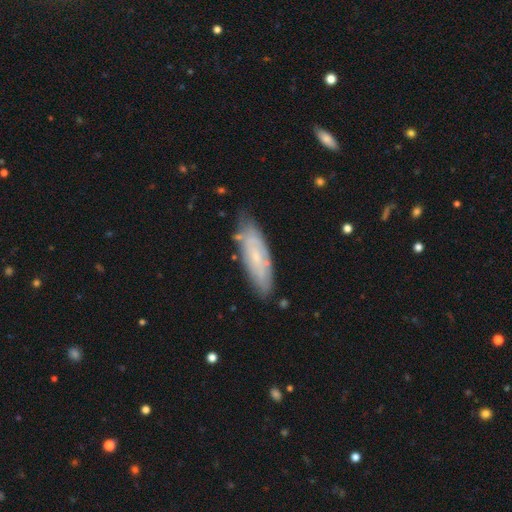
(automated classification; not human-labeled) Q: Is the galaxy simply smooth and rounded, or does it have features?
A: featured or disk — 52%.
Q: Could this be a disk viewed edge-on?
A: no — 75%.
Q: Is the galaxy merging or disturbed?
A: none — 72%.